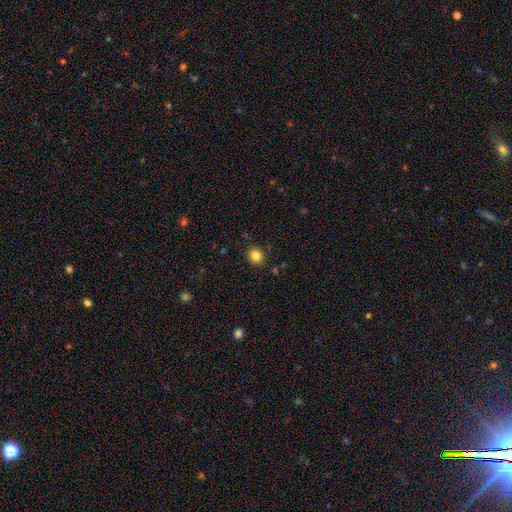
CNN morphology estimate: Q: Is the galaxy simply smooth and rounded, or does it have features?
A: smooth — 83%.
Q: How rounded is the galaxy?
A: round — 82%.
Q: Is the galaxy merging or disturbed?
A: none — 89%.